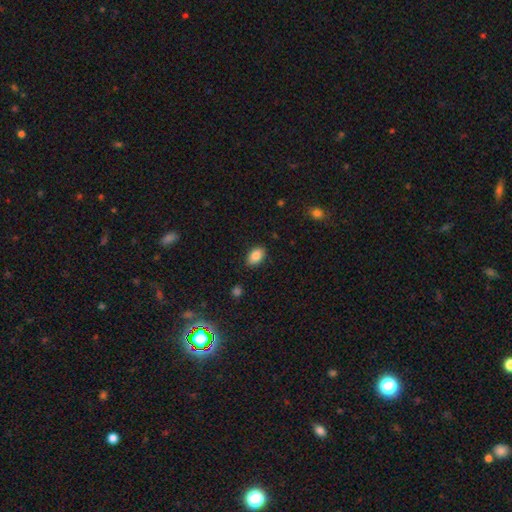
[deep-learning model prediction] A smooth galaxy with no disk features (85%) that is in between round and cigar-shaped (90%).

Vote fractions:
- Smooth or featured? smooth: 85% / star or artifact: 8% / featured or disk: 6%
- How rounded? in between: 90% / round: 9% / cigar-shaped: 1%
- Merging? none: 87% / minor disturbance: 10% / major disturbance: 2% / merger: 1%